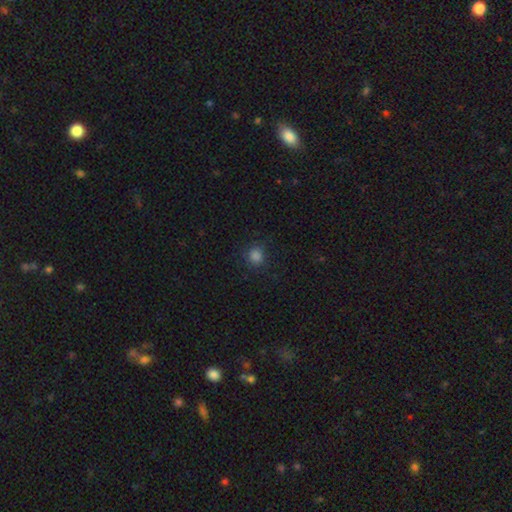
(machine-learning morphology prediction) Smooth or featured? Predicted: smooth (p=0.84). How rounded? Predicted: round (p=0.82). Merging? Predicted: none (p=0.85).